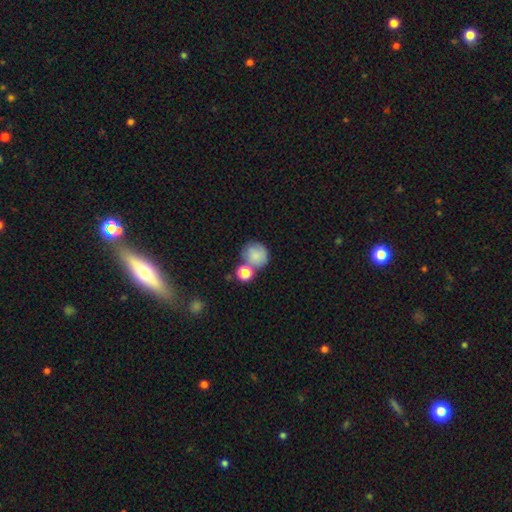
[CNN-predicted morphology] smooth_or_featured: smooth (p=0.81) [alt: featured or disk p=0.10]
how_rounded: round (p=0.85) [alt: in between p=0.14]
merging: none (p=0.51) [alt: merger p=0.30]